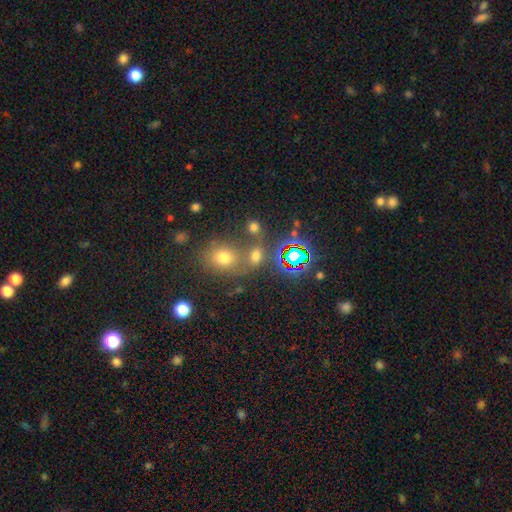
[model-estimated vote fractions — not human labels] A smooth galaxy with no disk features (54%) that is round (52%).

Vote fractions:
- Smooth or featured? smooth: 54% / star or artifact: 35% / featured or disk: 10%
- How rounded? round: 52% / in between: 46% / cigar-shaped: 3%
- Merging? none: 52% / merger: 33% / minor disturbance: 10% / major disturbance: 6%